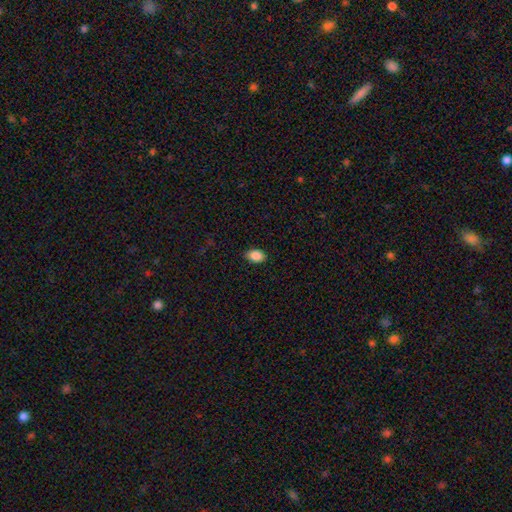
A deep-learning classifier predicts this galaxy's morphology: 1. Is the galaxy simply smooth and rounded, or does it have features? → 89% smooth, 8% star or artifact, 3% featured or disk.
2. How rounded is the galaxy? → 85% in between, 13% round, 1% cigar-shaped.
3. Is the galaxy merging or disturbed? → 87% none, 10% minor disturbance, 2% major disturbance, 1% merger.